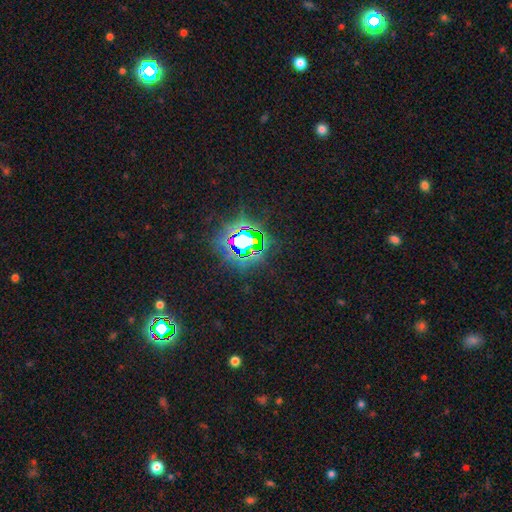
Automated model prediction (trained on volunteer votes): Smooth or featured?
  - star or artifact: 82% *
  - smooth: 11%
  - featured or disk: 6%